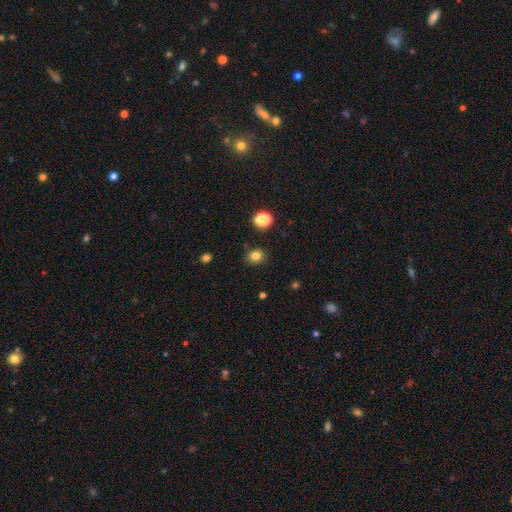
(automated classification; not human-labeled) Q: Smooth or featured?
A: smooth (81%); runner-up: star or artifact (14%)
Q: How rounded?
A: round (66%); runner-up: in between (33%)
Q: Merging?
A: none (84%); runner-up: minor disturbance (10%)